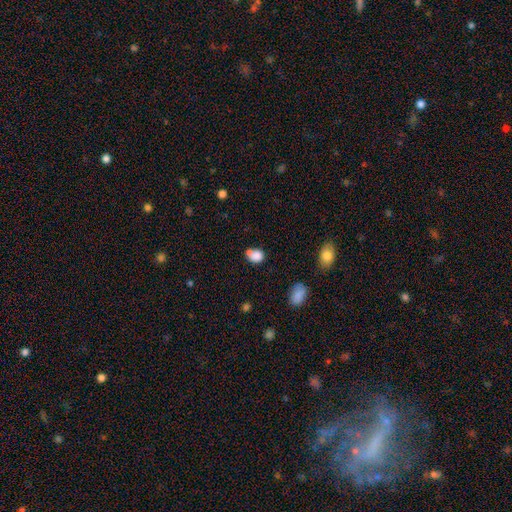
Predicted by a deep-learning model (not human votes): Smooth or featured? Predicted: smooth (p=0.80). How rounded? Predicted: in between (p=0.53). Merging? Predicted: none (p=0.40).